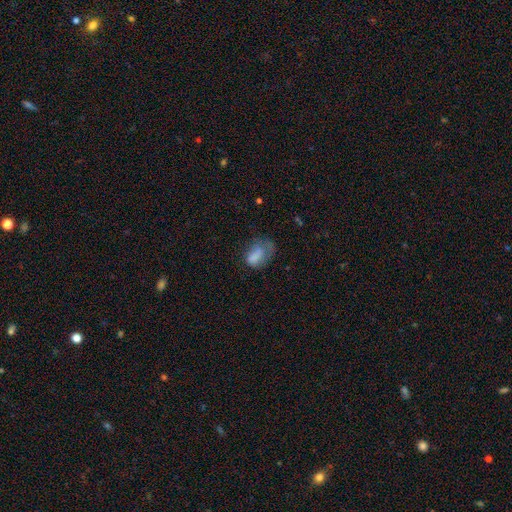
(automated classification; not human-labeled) Smooth or featured? smooth (70%)
How rounded? in between (85%)
Merging? major disturbance (41%)